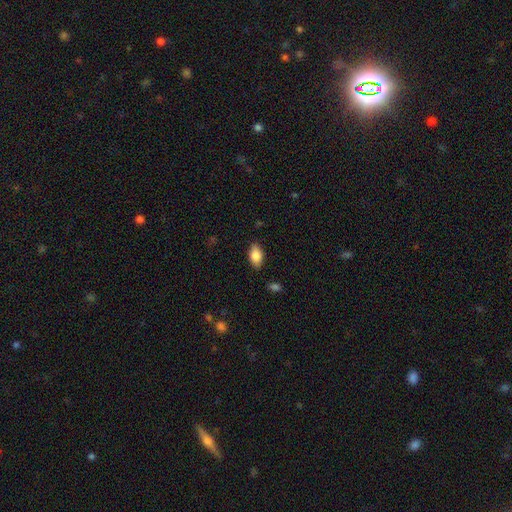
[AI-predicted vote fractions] smooth 82%, featured or disk 11%, star or artifact 7%. Down the decision tree: how rounded — in between (90%); merging — none (83%).